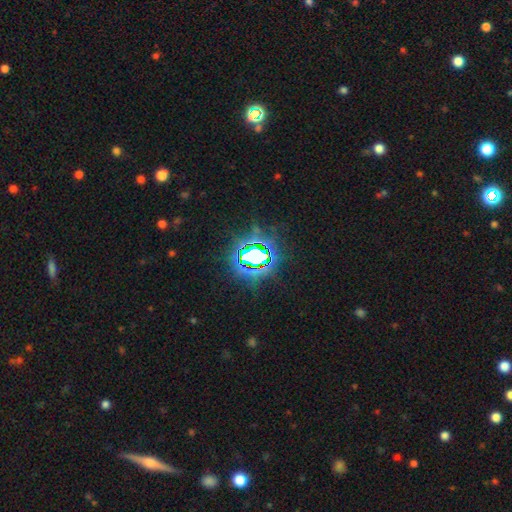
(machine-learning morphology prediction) Smooth or featured: star or artifact — 75% (smooth — 14%)